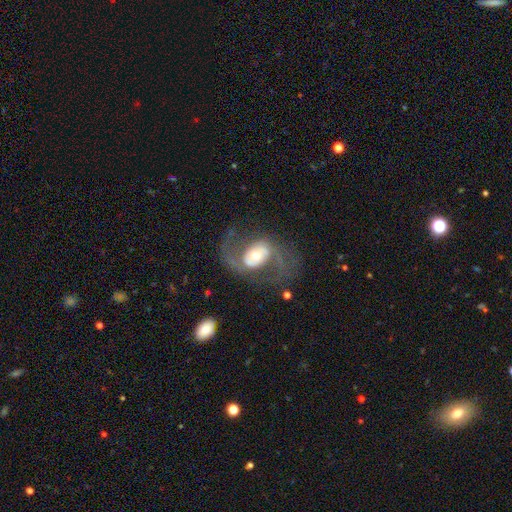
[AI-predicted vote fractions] Morphology: type=featured or disk (80%); edge-on=no (96%); bar=no (57%); spiral arms=yes (84%); winding=loose (46%); arm count=2 (89%); bulge=moderate (61%); merging=none (56%).